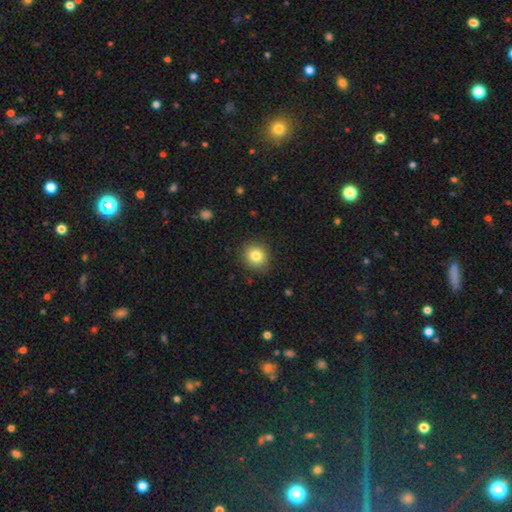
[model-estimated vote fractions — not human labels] smooth-or-featured: smooth: 82% | star or artifact: 10% | featured or disk: 7%
  how-rounded: round: 83% | in between: 16% | cigar-shaped: 1%
  merging: none: 87% | minor disturbance: 9% | major disturbance: 2% | merger: 1%